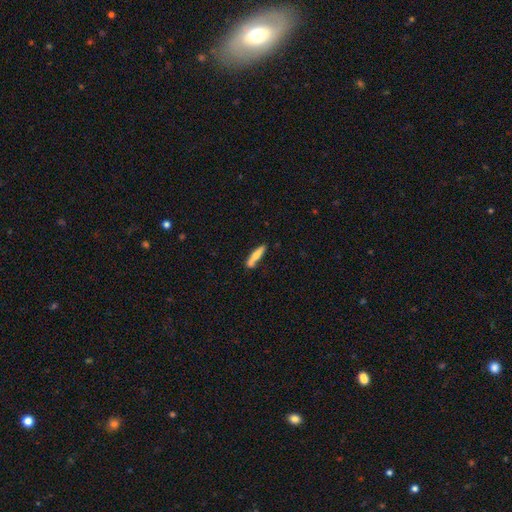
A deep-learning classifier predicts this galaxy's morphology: A smooth galaxy with no disk features (68%) that is cigar-shaped (84%). Merging: none (66%).